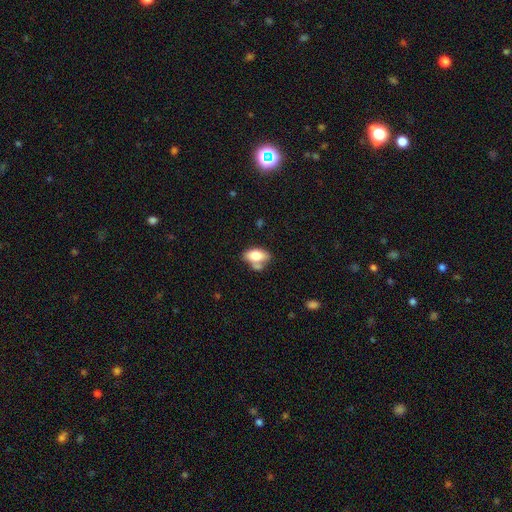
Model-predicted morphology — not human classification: A smooth galaxy with no disk features (75%) that is in between round and cigar-shaped (89%). Merging: none (45%).